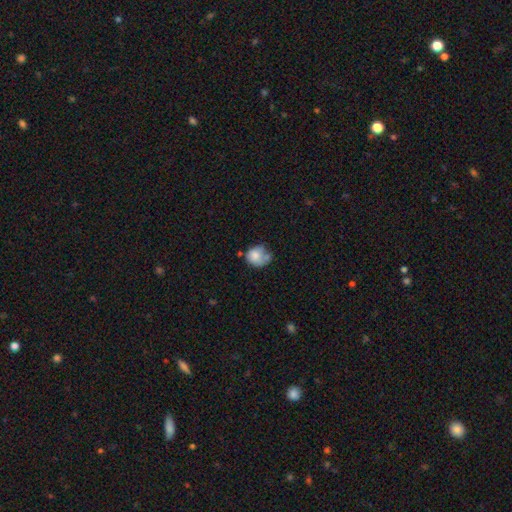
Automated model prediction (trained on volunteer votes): Smooth or featured? smooth (72%)
How rounded? round (69%)
Merging? none (34%)